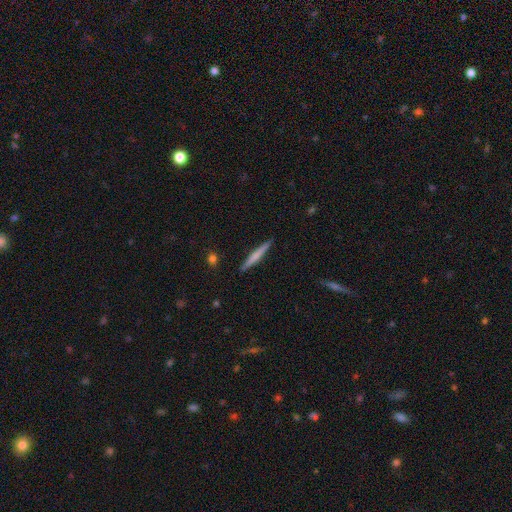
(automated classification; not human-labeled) Smooth or featured?
  - smooth: 55% *
  - featured or disk: 39%
  - star or artifact: 5%
How rounded?
  - cigar-shaped: 96% *
  - in between: 3%
  - round: 1%
Merging?
  - none: 91% *
  - minor disturbance: 7%
  - major disturbance: 1%
  - merger: 1%